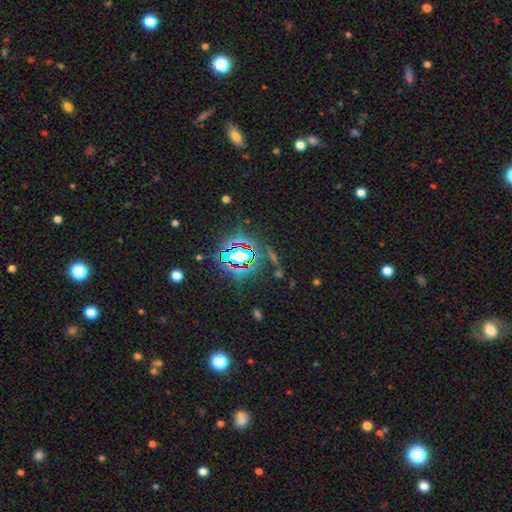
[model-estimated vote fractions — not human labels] smooth-or-featured: star or artifact: 76% | smooth: 14% | featured or disk: 10%